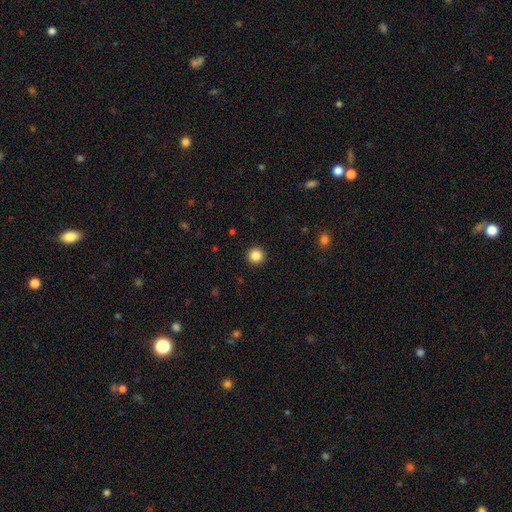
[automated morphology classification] Smooth or featured? smooth (86%)
How rounded? round (96%)
Merging? none (93%)